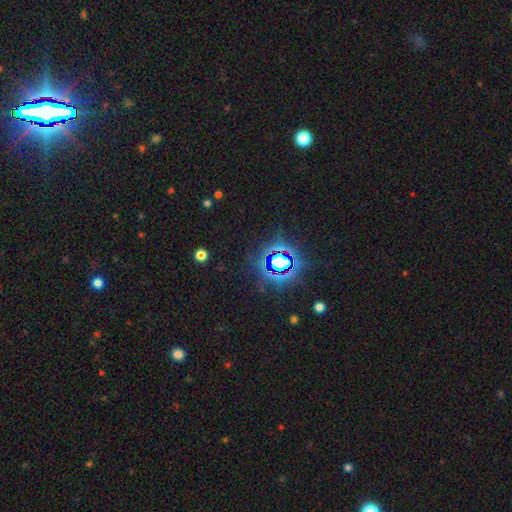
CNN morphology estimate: The model was most divided on "smooth or featured": star or artifact: 81%, smooth: 12%, featured or disk: 7%.